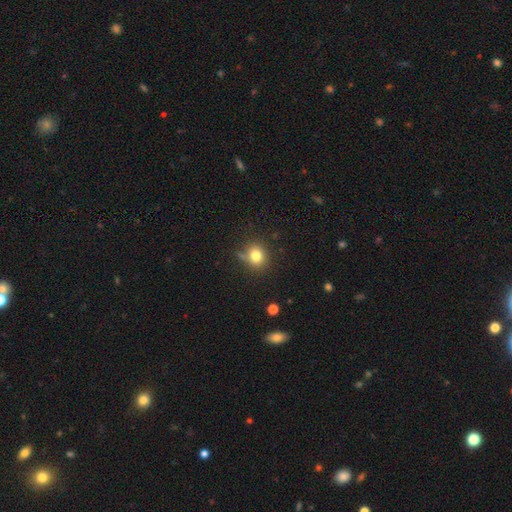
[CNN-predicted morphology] Smooth or featured? Predicted: smooth (p=0.79). How rounded? Predicted: round (p=0.78). Merging? Predicted: none (p=0.74).